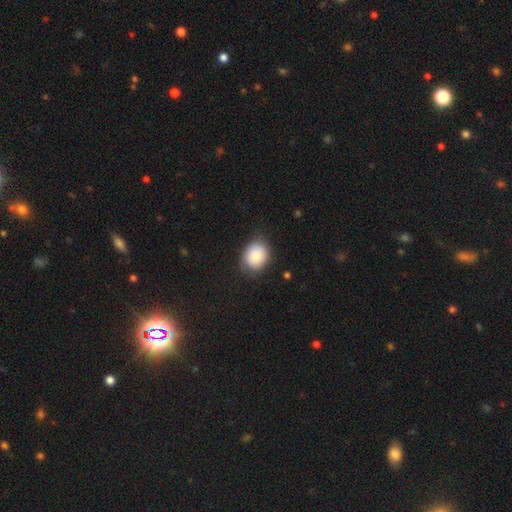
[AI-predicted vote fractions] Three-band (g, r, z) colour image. It shows a smooth galaxy with no disk features (87%) that is round (55%). Merging: none (79%).